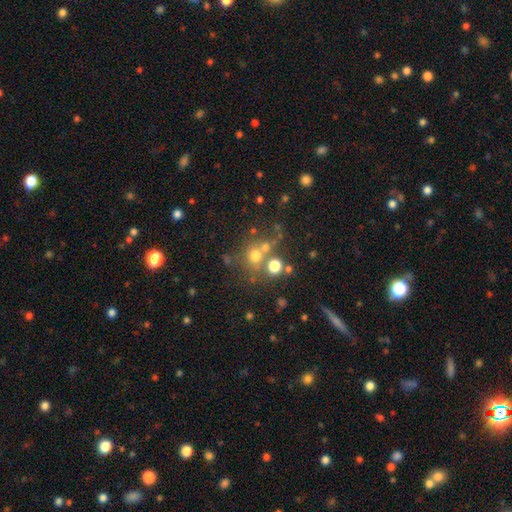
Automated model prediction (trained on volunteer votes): Smooth or featured? smooth (62%)
How rounded? round (84%)
Merging? none (56%)